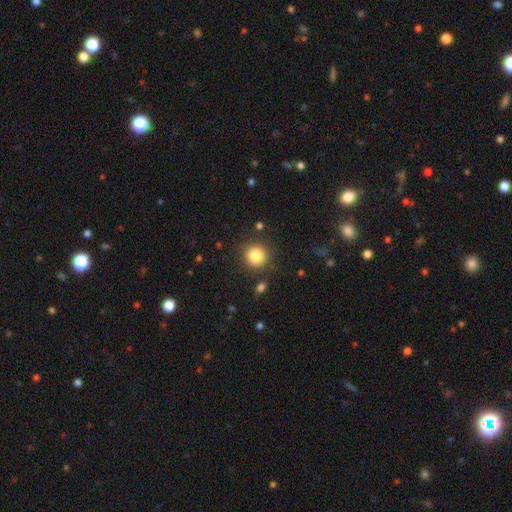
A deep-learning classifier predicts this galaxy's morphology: Smooth or featured?
  - smooth: 84% *
  - star or artifact: 10%
  - featured or disk: 6%
How rounded?
  - round: 92% *
  - in between: 7%
  - cigar-shaped: 1%
Merging?
  - none: 86% *
  - minor disturbance: 8%
  - major disturbance: 3%
  - merger: 3%